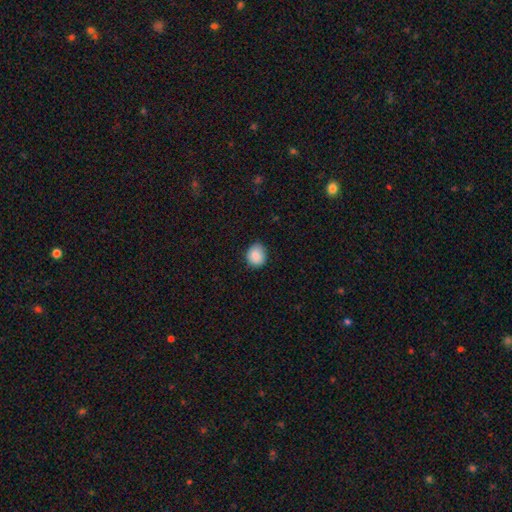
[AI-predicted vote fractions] Smooth or featured: smooth — 87% (star or artifact — 8%)
How rounded: round — 71% (in between — 28%)
Merging: none — 82% (minor disturbance — 15%)